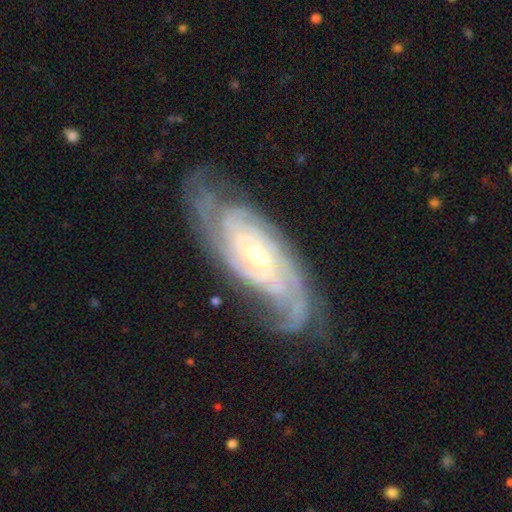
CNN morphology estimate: Smooth or featured? featured or disk (90%)
Edge-on disk? no (93%)
Bar? no (55%)
Spiral arms? yes (98%)
Spiral winding? tight (69%)
Spiral arm count? can't tell (25%)
Bulge size? small (58%)
Merging? none (71%)